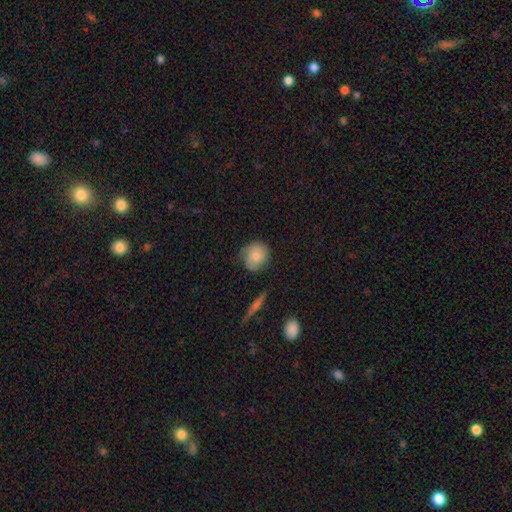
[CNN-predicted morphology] type=smooth (72%); roundness=round (76%); merging=none (60%).